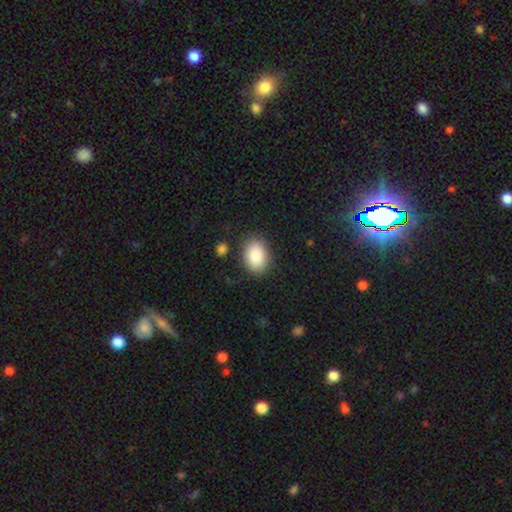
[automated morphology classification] smooth-or-featured: smooth: 88% | star or artifact: 7% | featured or disk: 5%
  how-rounded: in between: 79% | round: 20% | cigar-shaped: 1%
  merging: none: 85% | minor disturbance: 10% | major disturbance: 3% | merger: 2%